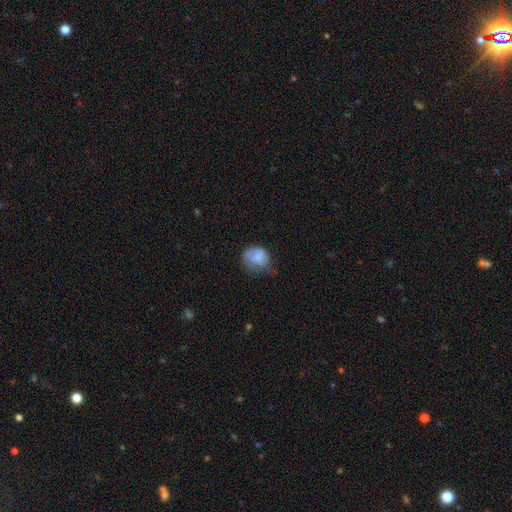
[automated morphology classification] This is likely a smooth galaxy (72%). How rounded: likely round (61%). Merging: marginally none (39%).